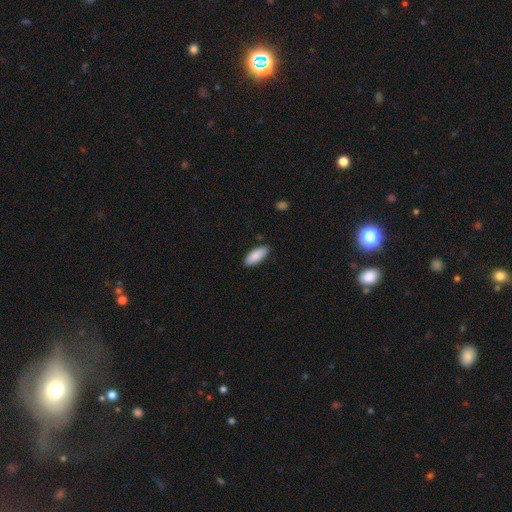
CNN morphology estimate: This is clearly a smooth galaxy (86%). How rounded: likely in between (76%). Merging: clearly none (87%).